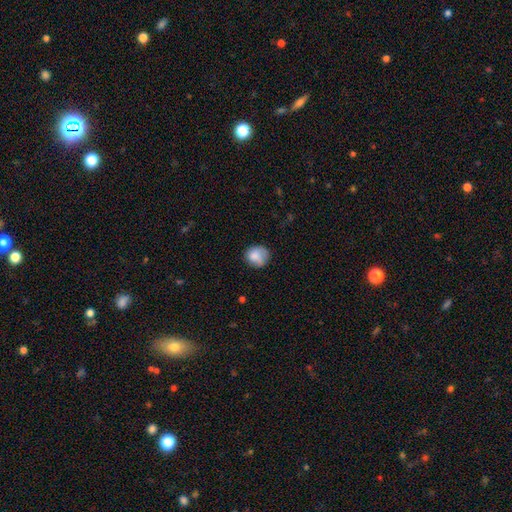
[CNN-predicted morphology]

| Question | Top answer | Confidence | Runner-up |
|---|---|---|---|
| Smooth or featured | smooth | 82% | featured or disk (9%) |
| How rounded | round | 79% | in between (20%) |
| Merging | none | 65% | minor disturbance (26%) |